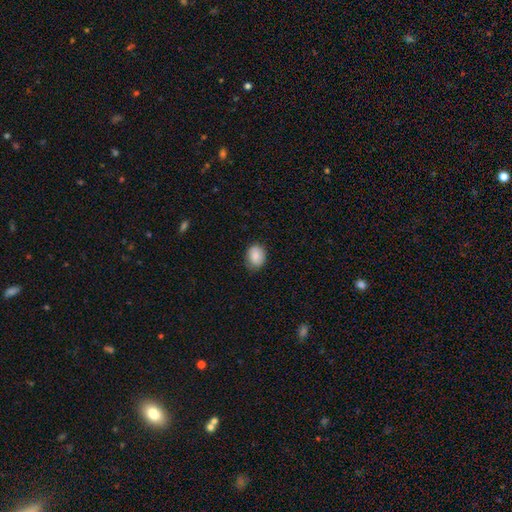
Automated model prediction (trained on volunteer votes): This is clearly a smooth galaxy (86%). How rounded: likely in between (60%). Merging: likely none (78%).